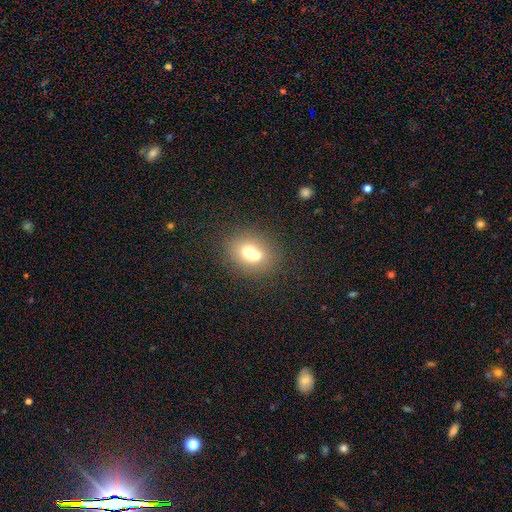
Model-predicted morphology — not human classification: type=smooth (65%); roundness=round (68%); merging=merger (56%).